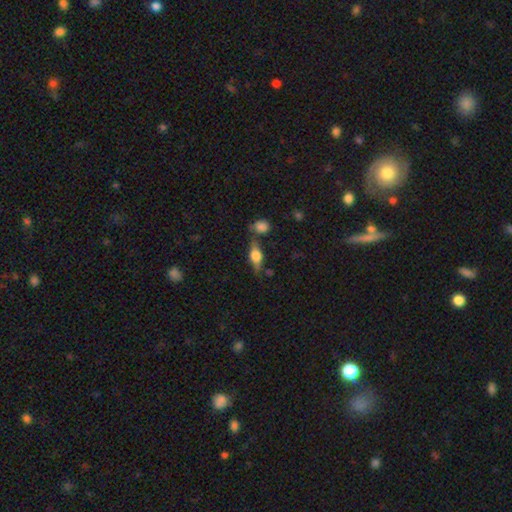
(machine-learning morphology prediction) Smooth or featured: featured or disk — 51% (smooth — 40%)
Edge-on disk: yes — 91% (no — 9%)
Merging: none — 69% (minor disturbance — 15%)